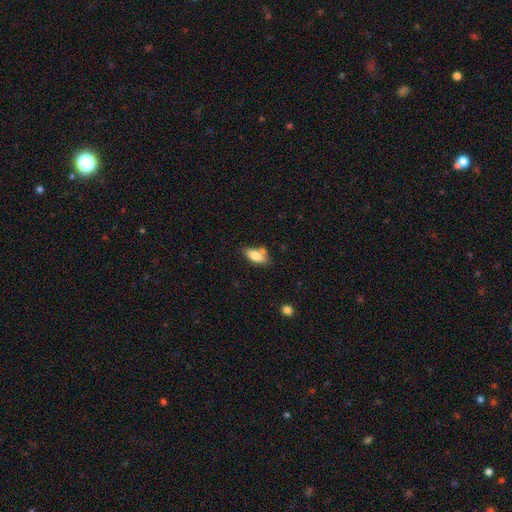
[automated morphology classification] This appears to be a smooth galaxy with no disk features (74%) that is in between round and cigar-shaped (79%). Merging: none (61%).